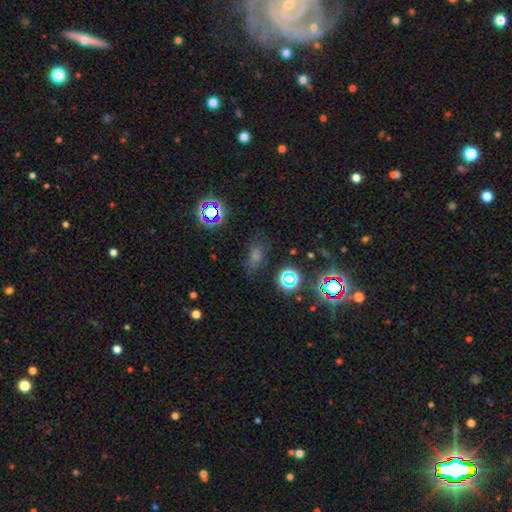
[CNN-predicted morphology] smooth-or-featured: smooth: 43% | star or artifact: 42% | featured or disk: 15%
  merging: none: 75% | minor disturbance: 15% | major disturbance: 6% | merger: 4%